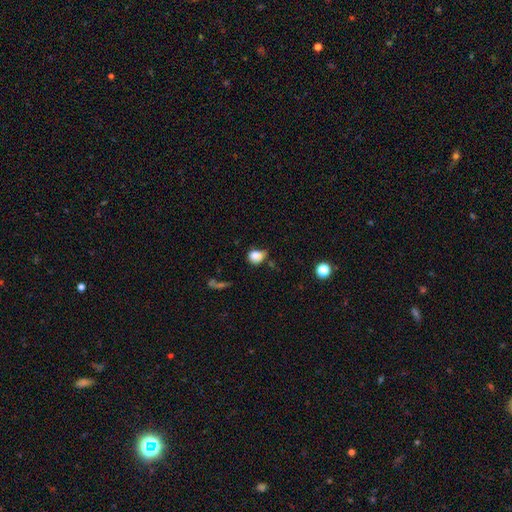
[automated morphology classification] Smooth or featured: smooth — 82% (star or artifact — 10%)
How rounded: round — 55% (in between — 43%)
Merging: none — 42% (minor disturbance — 35%)